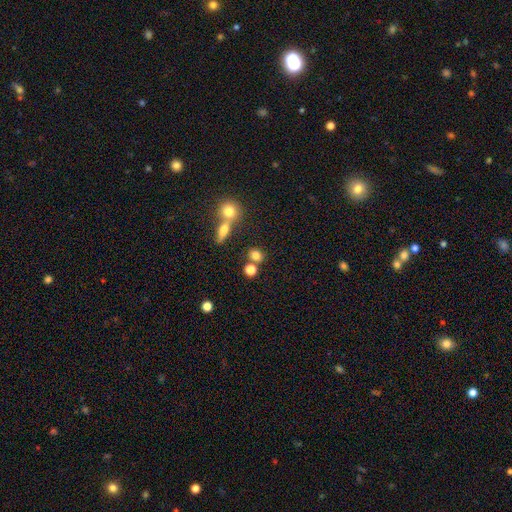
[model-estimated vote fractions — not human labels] Overall: smooth (78%). How rounded: round (60%; in between 37%). Merging: none (62%; merger 24%).